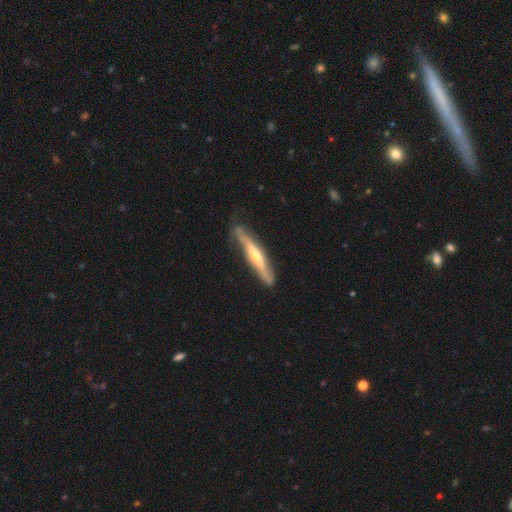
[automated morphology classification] Smooth or featured? featured or disk (65%)
Edge-on disk? yes (84%)
Edge-on bulge? rounded (65%)
Merging? none (63%)